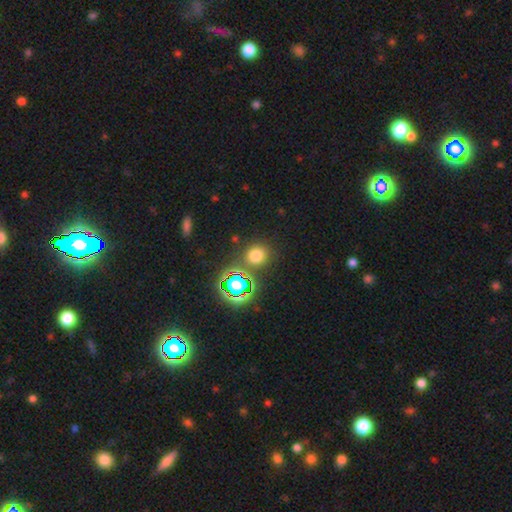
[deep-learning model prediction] Q: Smooth or featured?
A: smooth (68%); runner-up: star or artifact (26%)
Q: How rounded?
A: round (88%); runner-up: in between (11%)
Q: Merging?
A: none (82%); runner-up: minor disturbance (8%)